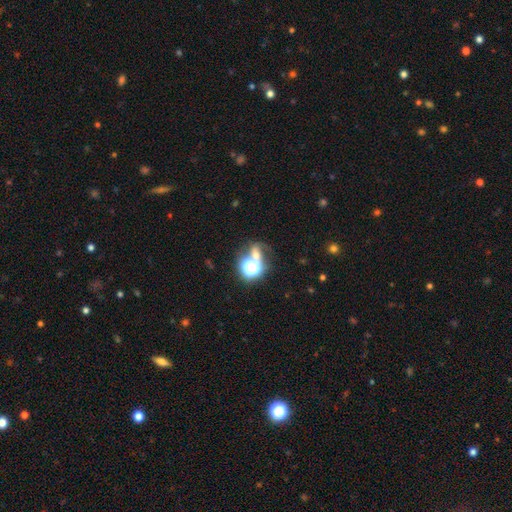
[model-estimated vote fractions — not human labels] Overall: star or artifact (42%; smooth 41%).